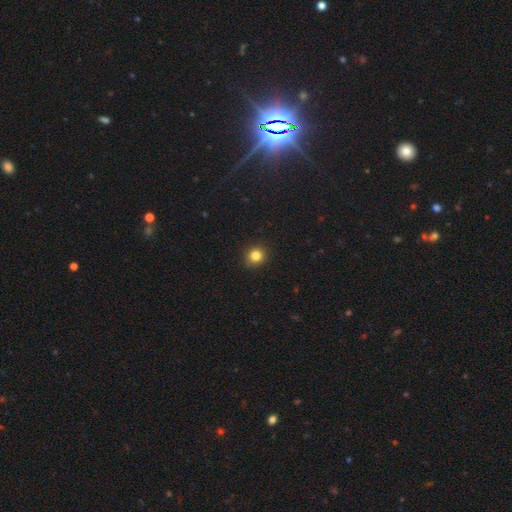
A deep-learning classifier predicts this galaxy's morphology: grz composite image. It shows a smooth galaxy with no disk features (83%) that is round (86%). Merging: none (89%).